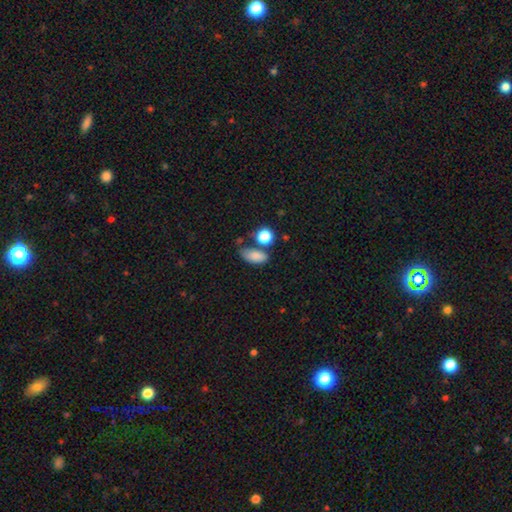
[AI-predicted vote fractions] The model was most divided on "merging": none: 51%, minor disturbance: 23%, merger: 17%, major disturbance: 10%. More confident: how rounded — in between (85%); smooth or featured — smooth (82%).